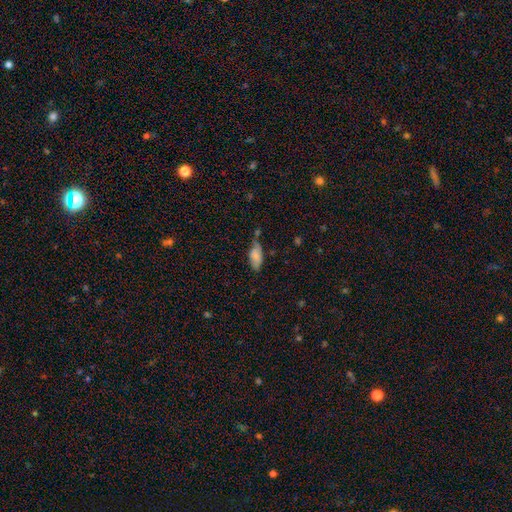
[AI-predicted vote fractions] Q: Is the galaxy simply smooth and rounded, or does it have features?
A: smooth — 73%.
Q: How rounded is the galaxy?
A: in between — 86%.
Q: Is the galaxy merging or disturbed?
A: none — 49%.